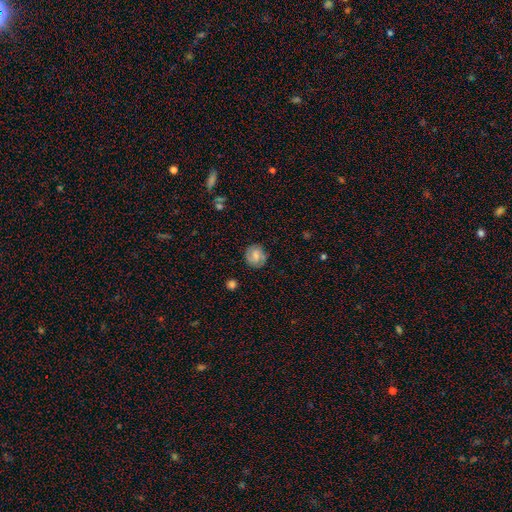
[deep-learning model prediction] Smooth or featured? Predicted: smooth (p=0.46). Merging? Predicted: none (p=0.81).